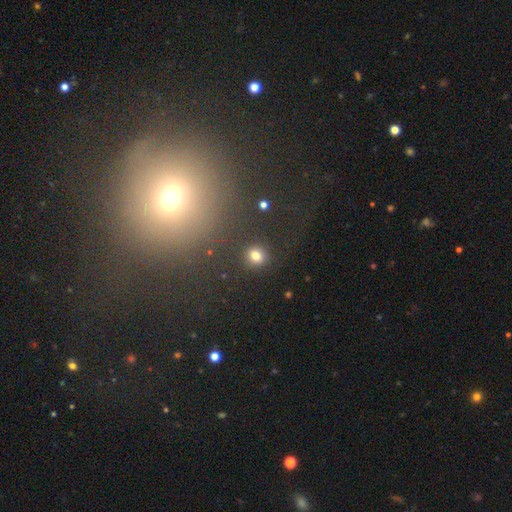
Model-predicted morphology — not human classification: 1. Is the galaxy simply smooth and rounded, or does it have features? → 80% smooth, 14% star or artifact, 6% featured or disk.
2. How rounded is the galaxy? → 81% round, 18% in between, 1% cigar-shaped.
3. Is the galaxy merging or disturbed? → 88% none, 7% minor disturbance, 3% major disturbance, 2% merger.